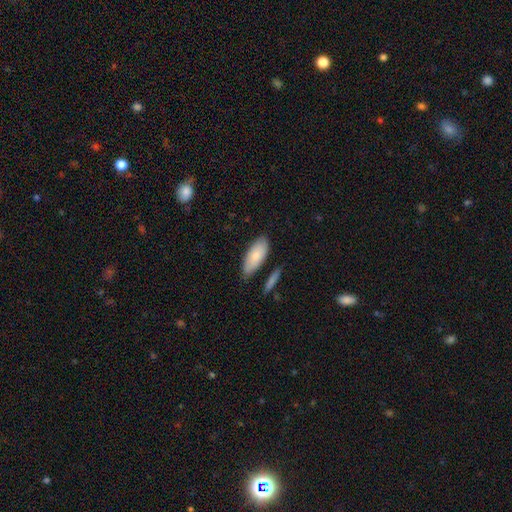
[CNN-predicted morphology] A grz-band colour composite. It shows a smooth galaxy with no disk features (82%) that is in between round and cigar-shaped (83%). Merging: none (76%).